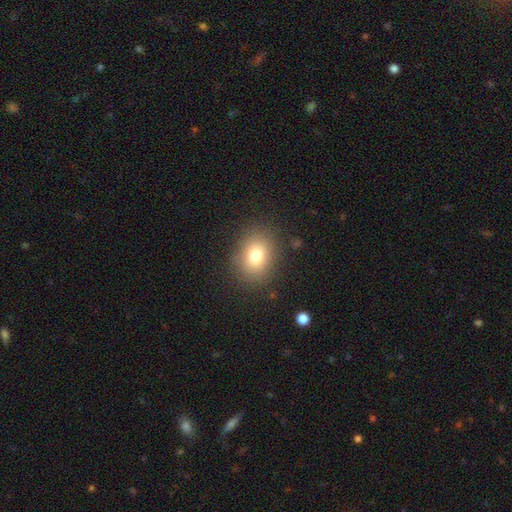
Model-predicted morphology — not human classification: Smooth or featured: smooth — 76% (star or artifact — 13%)
How rounded: round — 51% (in between — 48%)
Merging: none — 84% (minor disturbance — 10%)